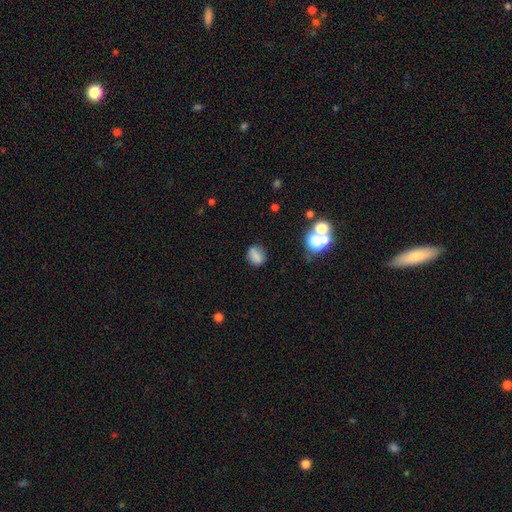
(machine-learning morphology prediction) smooth-or-featured: smooth: 74% | star or artifact: 14% | featured or disk: 12%
  how-rounded: round: 51% | in between: 47% | cigar-shaped: 3%
  merging: none: 75% | minor disturbance: 15% | major disturbance: 5% | merger: 5%